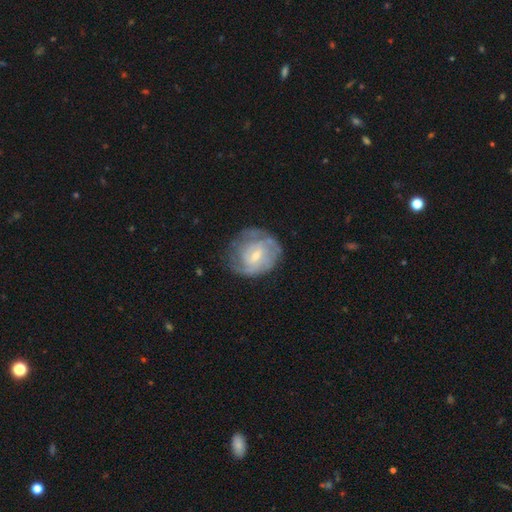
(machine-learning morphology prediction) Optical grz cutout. It shows a featured or disk galaxy (72%) with a weak bar (58%), tight (56%) spiral arms (84%) and a small central bulge (53%). Merging: none (66%).